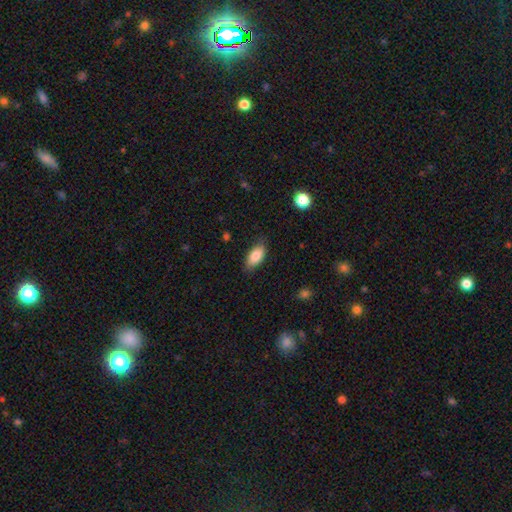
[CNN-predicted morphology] Smooth or featured? Predicted: smooth (p=0.84). How rounded? Predicted: in between (p=0.90). Merging? Predicted: none (p=0.79).